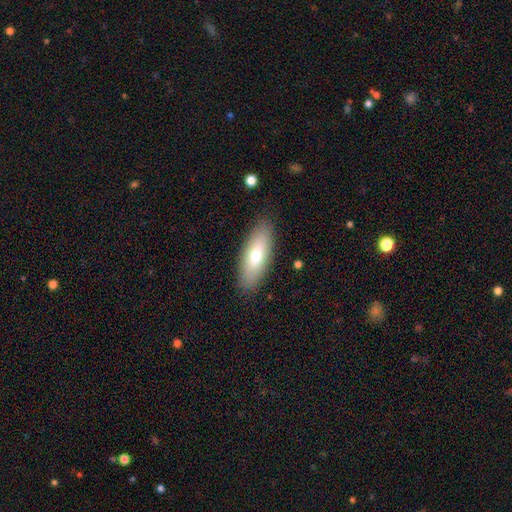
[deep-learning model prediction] A smooth galaxy with no disk features (68%) that is in between round and cigar-shaped (72%). Merging: none (87%).